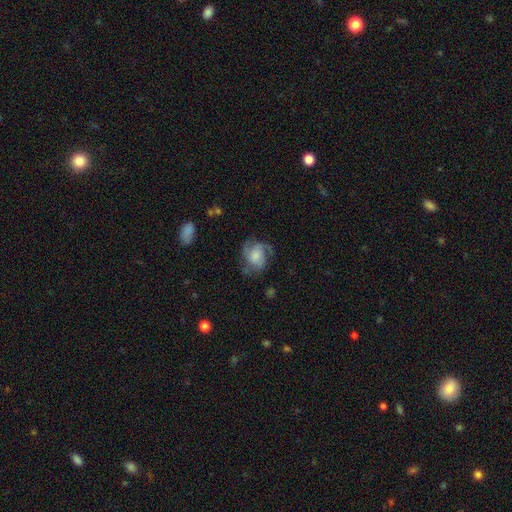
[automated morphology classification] type=featured or disk (55%); edge-on=no (97%); bar=no (73%); spiral arms=yes (85%); bulge=moderate (32%); merging=none (55%).